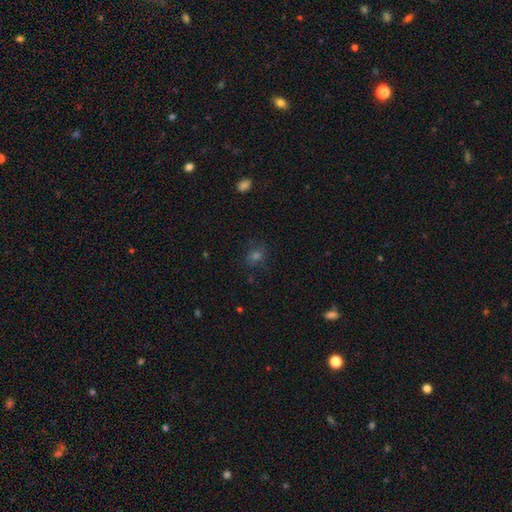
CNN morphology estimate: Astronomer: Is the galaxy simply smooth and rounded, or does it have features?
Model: smooth — 52% (runner-up: star or artifact, 33%).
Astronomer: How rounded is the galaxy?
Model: round — 70%.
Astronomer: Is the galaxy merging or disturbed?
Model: none — 78%.